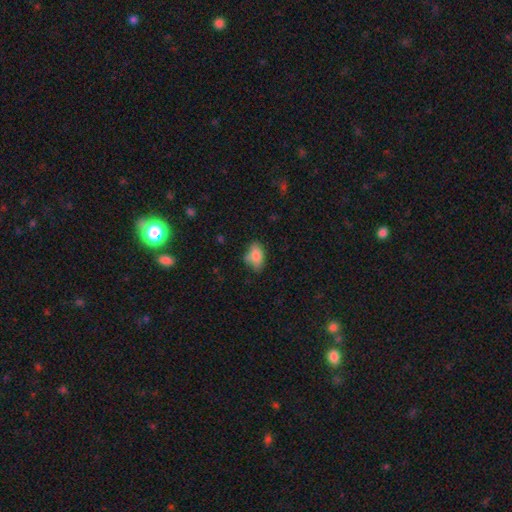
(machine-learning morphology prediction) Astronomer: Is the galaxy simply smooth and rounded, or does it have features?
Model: smooth — 80%.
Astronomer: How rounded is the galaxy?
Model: in between — 88%.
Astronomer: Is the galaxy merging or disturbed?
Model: none — 60%.